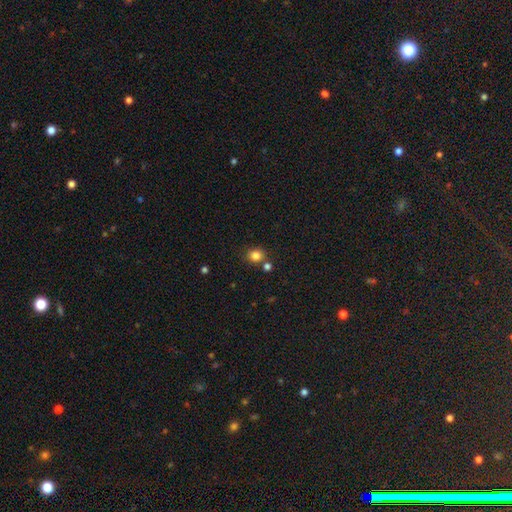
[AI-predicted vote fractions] A smooth galaxy with no disk features (83%) that is round (80%).

Vote fractions:
- Smooth or featured? smooth: 83% / star or artifact: 12% / featured or disk: 5%
- How rounded? round: 80% / in between: 19% / cigar-shaped: 1%
- Merging? none: 75% / merger: 13% / minor disturbance: 10% / major disturbance: 3%